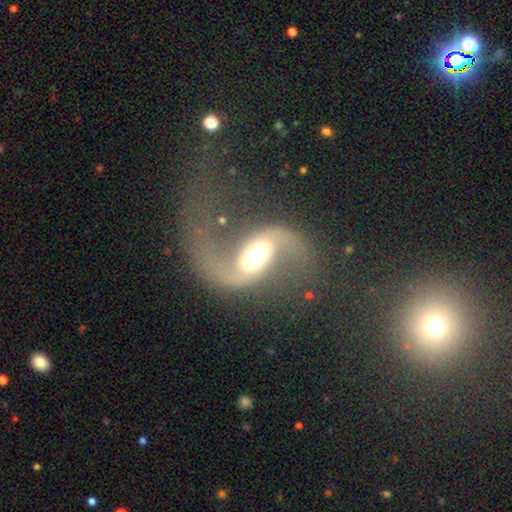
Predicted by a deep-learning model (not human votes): A featured or disk galaxy (89%) with a weak bar (36%), 2 (93%) loose (68%) spiral arms (97%) and a moderate central bulge (42%).

Vote fractions:
- Smooth or featured? featured or disk: 89% / smooth: 6% / star or artifact: 5%
- Edge-on disk? no: 97% / yes: 3%
- Bar? weak: 36% / strong: 32% / no: 32%
- Spiral arms? yes: 97% / no: 3%
- Spiral winding? loose: 68% / medium: 27% / tight: 5%
- Spiral arm count? 2: 93% / 1: 3% / can't tell: 1% / 3: 1% / 4: 1% / more than 4: 1%
- Bulge size? moderate: 42% / large: 41% / dominant: 10% / small: 5% / none: 1%
- Merging? none: 59% / major disturbance: 23% / minor disturbance: 13% / merger: 4%